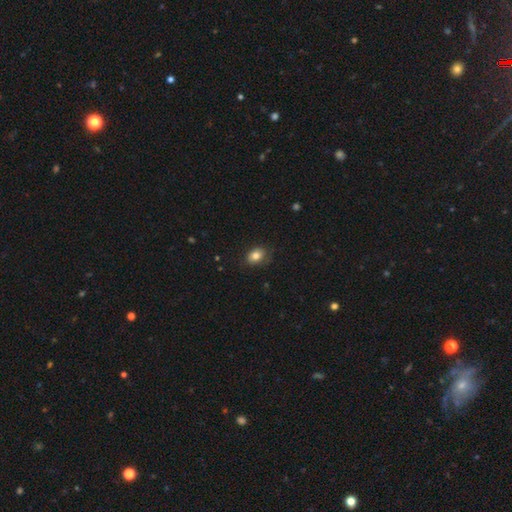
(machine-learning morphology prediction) A smooth galaxy with no disk features (82%) that is in between round and cigar-shaped (71%). Merging: none (78%).